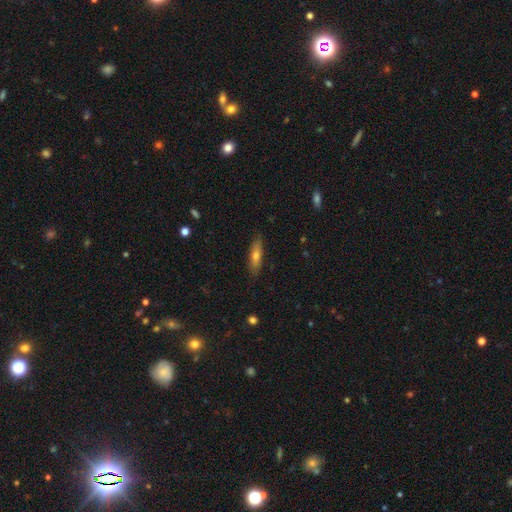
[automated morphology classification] Smooth or featured?
  - smooth: 61% *
  - featured or disk: 32%
  - star or artifact: 7%
How rounded?
  - cigar-shaped: 69% *
  - in between: 28%
  - round: 2%
Merging?
  - none: 85% *
  - minor disturbance: 11%
  - major disturbance: 2%
  - merger: 1%